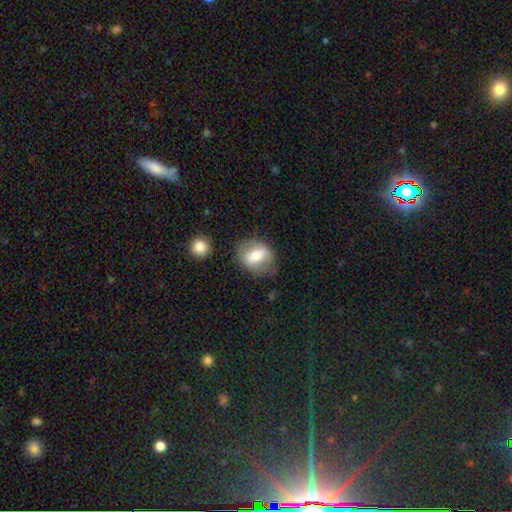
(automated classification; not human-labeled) A smooth galaxy with no disk features (56%) that is in between round and cigar-shaped (57%).

Vote fractions:
- Smooth or featured? smooth: 56% / featured or disk: 36% / star or artifact: 7%
- How rounded? in between: 57% / round: 41% / cigar-shaped: 3%
- Merging? none: 73% / minor disturbance: 17% / major disturbance: 7% / merger: 3%